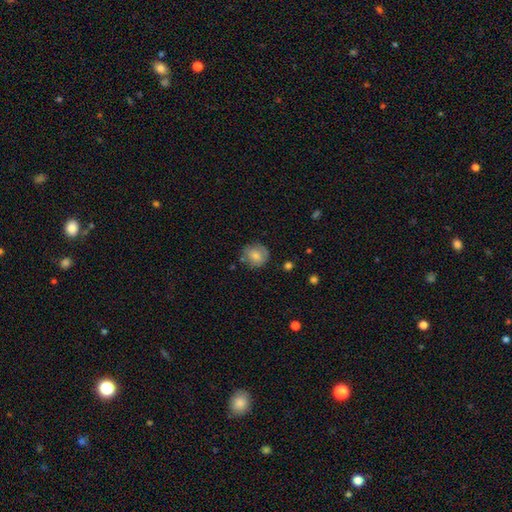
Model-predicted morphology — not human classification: Smooth or featured? smooth (74%)
How rounded? round (85%)
Merging? none (75%)